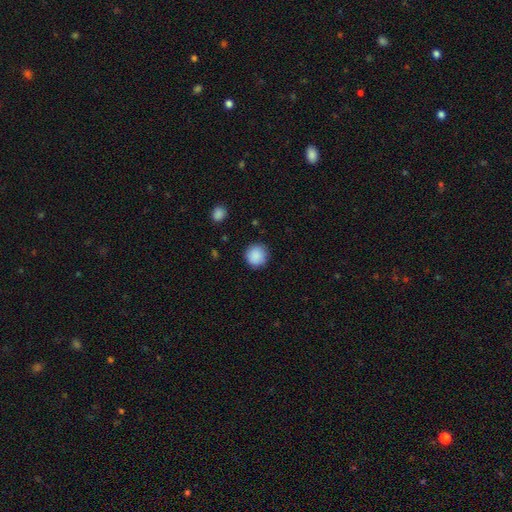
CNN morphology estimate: Smooth or featured? smooth (89%)
How rounded? round (94%)
Merging? none (89%)